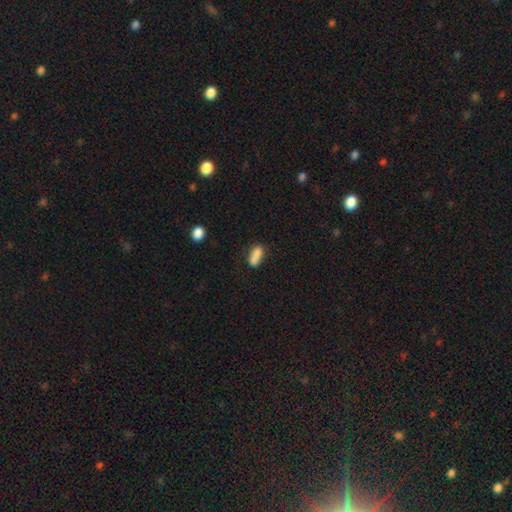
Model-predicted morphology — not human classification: Q: Smooth or featured?
A: smooth (80%); runner-up: featured or disk (11%)
Q: How rounded?
A: in between (70%); runner-up: cigar-shaped (25%)
Q: Merging?
A: none (51%); runner-up: merger (23%)